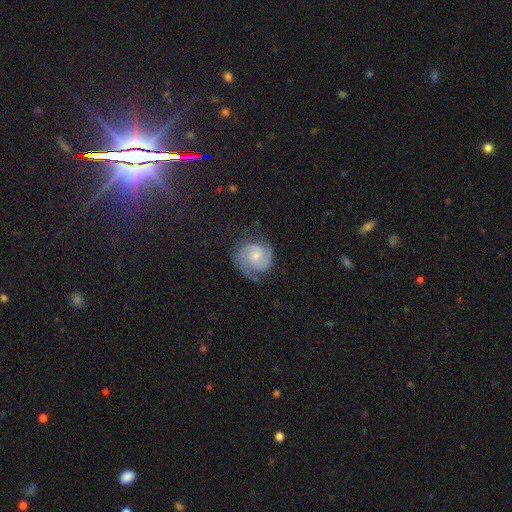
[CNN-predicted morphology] A featured or disk galaxy (84%) with no bar (65%), 2 (77%) tight (51%) spiral arms (97%) and a small central bulge (48%). Merging: none (71%).